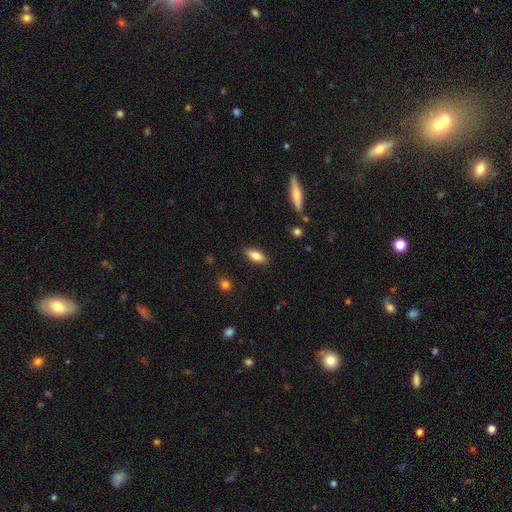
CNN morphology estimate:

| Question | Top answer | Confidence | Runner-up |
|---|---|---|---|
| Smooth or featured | smooth | 81% | featured or disk (12%) |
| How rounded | in between | 82% | cigar-shaped (15%) |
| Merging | none | 86% | minor disturbance (10%) |